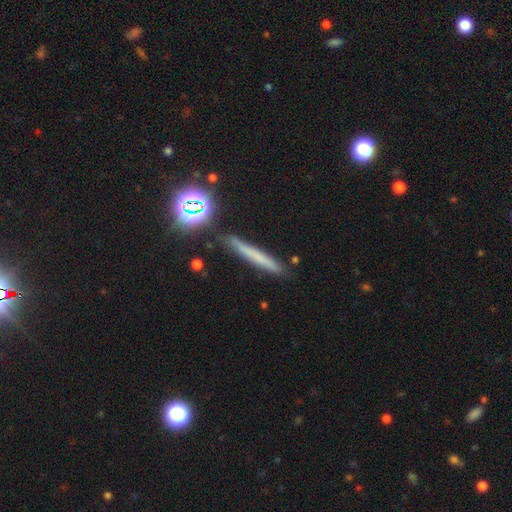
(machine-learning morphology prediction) smooth_or_featured: smooth (p=0.57) [alt: featured or disk p=0.27]
how_rounded: cigar-shaped (p=0.94) [alt: in between p=0.03]
merging: none (p=0.87) [alt: minor disturbance p=0.09]